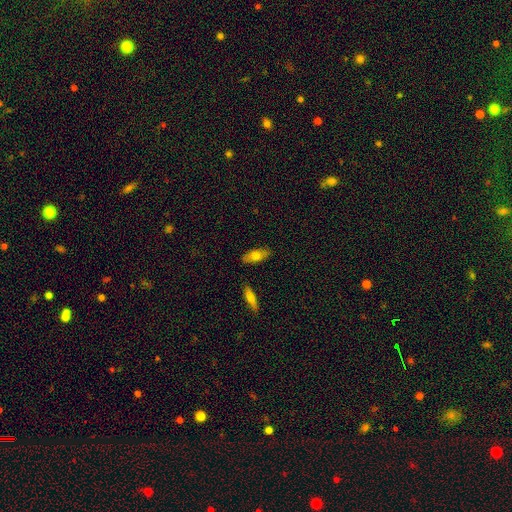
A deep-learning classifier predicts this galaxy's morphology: Smooth or featured? smooth (68%)
How rounded? in between (78%)
Merging? none (84%)